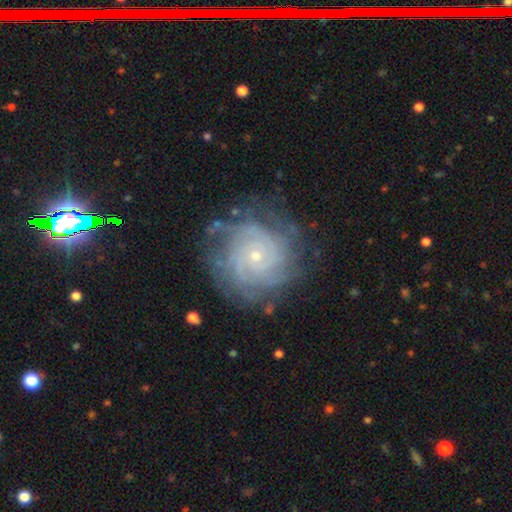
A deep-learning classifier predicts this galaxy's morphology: Smooth or featured?
  - featured or disk: 83% *
  - smooth: 10%
  - star or artifact: 7%
Edge-on disk?
  - no: 98% *
  - yes: 2%
Bar?
  - no: 81% *
  - weak: 16%
  - strong: 3%
Spiral arms?
  - yes: 95% *
  - no: 5%
Spiral winding?
  - tight: 77% *
  - medium: 19%
  - loose: 4%
Spiral arm count?
  - can't tell: 35% *
  - 4: 20%
  - 3: 15%
  - more than 4: 12%
  - 2: 12%
  - 1: 7%
Bulge size?
  - small: 78% *
  - moderate: 18%
  - none: 1%
  - large: 1%
  - dominant: 1%
Merging?
  - none: 76% *
  - minor disturbance: 16%
  - major disturbance: 7%
  - merger: 2%